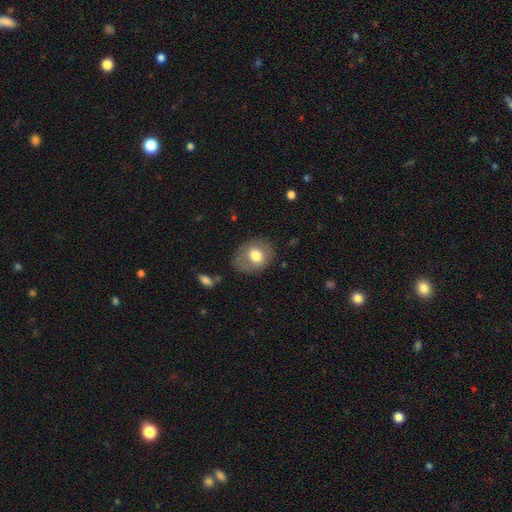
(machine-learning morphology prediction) Smooth or featured? smooth (69%)
How rounded? round (50%, tied with in between)
Merging? none (76%)